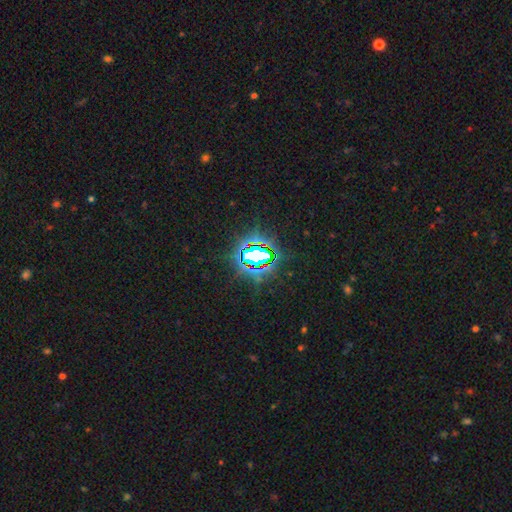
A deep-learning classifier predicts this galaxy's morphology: smooth_or_featured: star or artifact (p=0.79) [alt: smooth p=0.11]